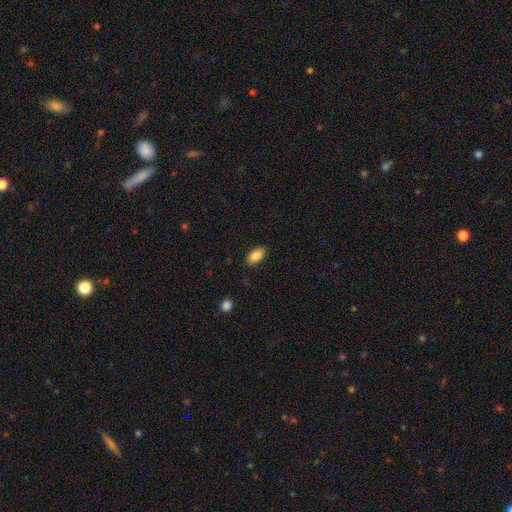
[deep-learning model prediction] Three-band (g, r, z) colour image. It shows a smooth galaxy with no disk features (87%) that is in between round and cigar-shaped (93%). Merging: none (87%).